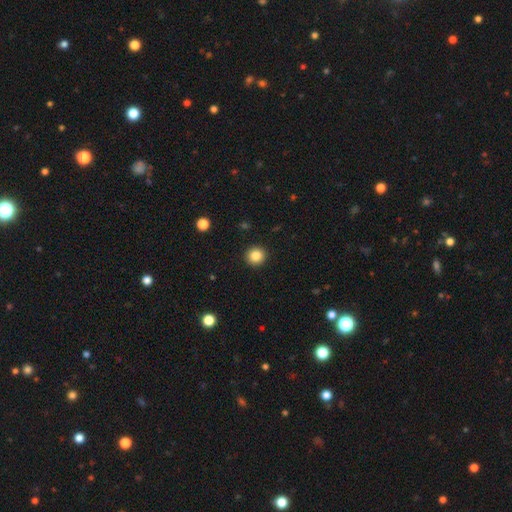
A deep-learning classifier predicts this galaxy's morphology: smooth-or-featured: smooth: 84% | star or artifact: 10% | featured or disk: 5%
  how-rounded: round: 94% | in between: 5% | cigar-shaped: 1%
  merging: none: 93% | minor disturbance: 4% | major disturbance: 2% | merger: 1%